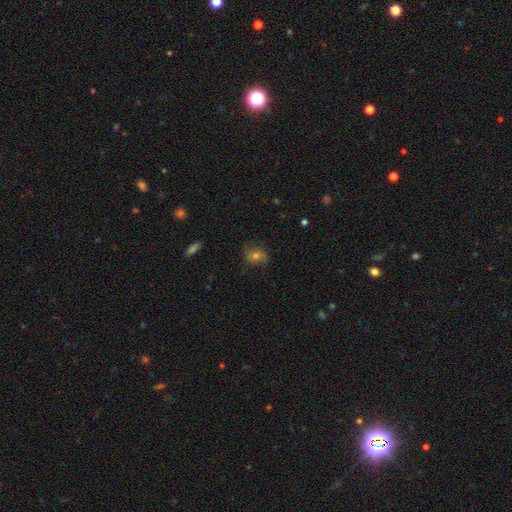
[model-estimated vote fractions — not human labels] A featured or disk galaxy (44%). Merging: none (73%).